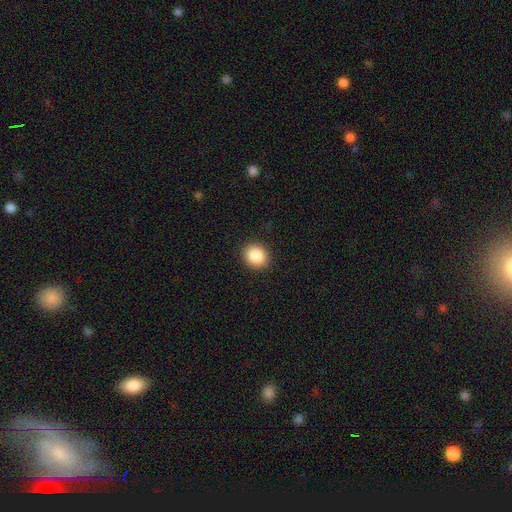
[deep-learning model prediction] smooth 87%, star or artifact 9%, featured or disk 4%. Down the decision tree: how rounded — round (73%); merging — none (91%).